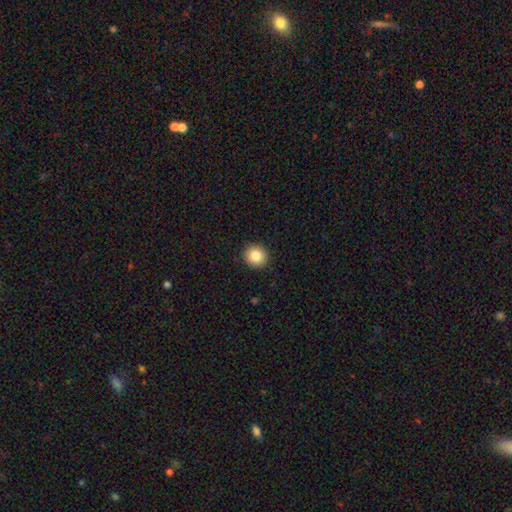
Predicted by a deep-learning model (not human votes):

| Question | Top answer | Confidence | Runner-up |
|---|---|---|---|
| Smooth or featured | smooth | 83% | star or artifact (10%) |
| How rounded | round | 92% | in between (7%) |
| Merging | none | 92% | minor disturbance (5%) |